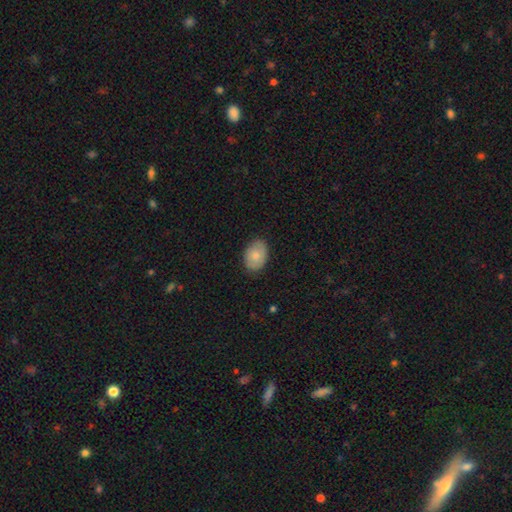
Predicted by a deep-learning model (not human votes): This appears to be a smooth galaxy with no disk features (77%) that is in between round and cigar-shaped (78%). Merging: none (81%).